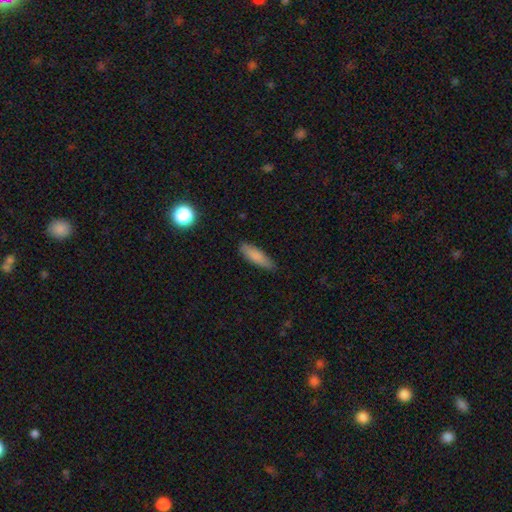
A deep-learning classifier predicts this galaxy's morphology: This appears to be a smooth galaxy with no disk features (83%) that is cigar-shaped (60%). Merging: none (81%).